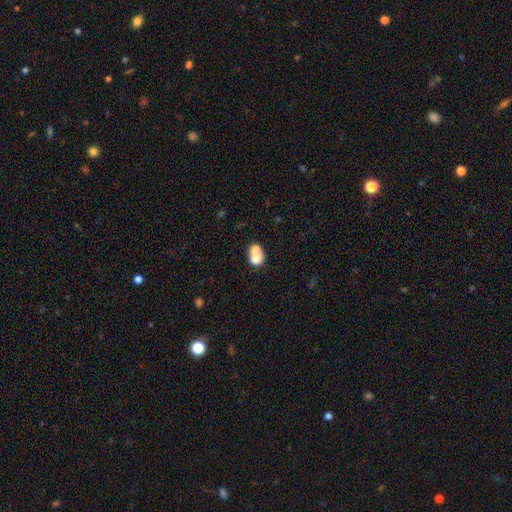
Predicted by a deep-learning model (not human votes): Overall: smooth (67%). How rounded: in between (62%; round 37%). Merging: merger (67%).